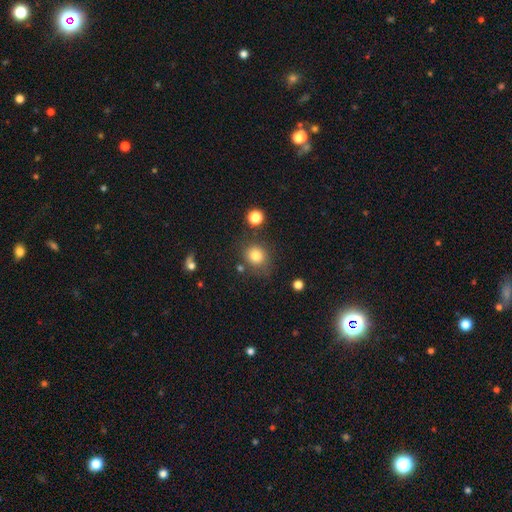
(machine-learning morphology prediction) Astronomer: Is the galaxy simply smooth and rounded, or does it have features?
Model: smooth — 80%.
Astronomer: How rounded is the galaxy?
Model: round — 82%.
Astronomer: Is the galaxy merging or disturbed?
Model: none — 74%.